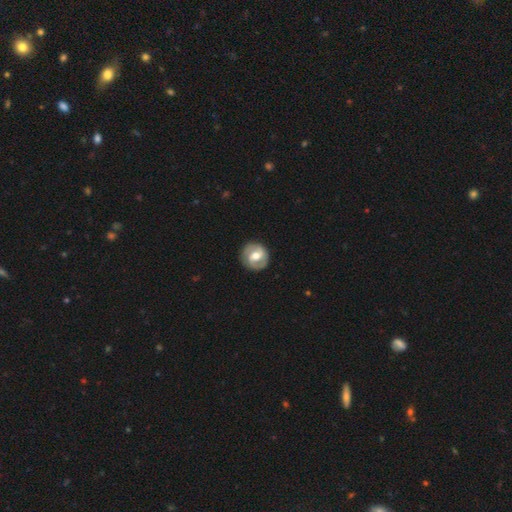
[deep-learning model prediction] This is likely a featured or disk galaxy (60%). It is clearly not viewed edge-on (97%). Bar: possibly weak (48%). Spiral arm pattern: likely yes (73%). Central bulge: likely moderate (73%). Merging: clearly none (85%).